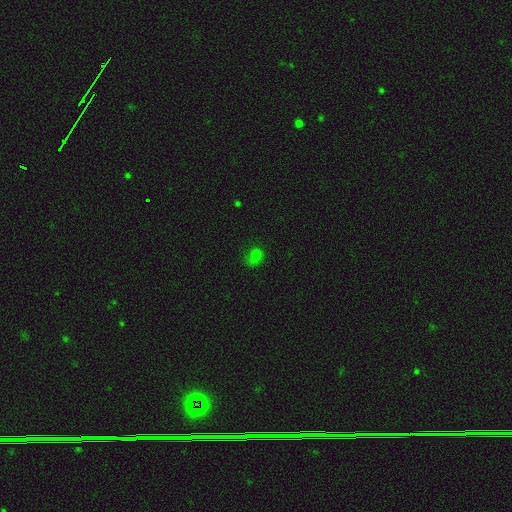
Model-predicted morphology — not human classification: This is likely a smooth galaxy (63%). How rounded: likely in between (63%). Merging: possibly none (51%).